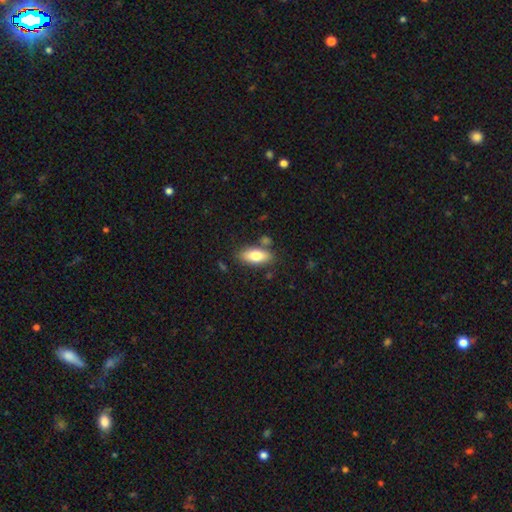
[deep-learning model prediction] smooth_or_featured: smooth (p=0.76) [alt: featured or disk p=0.18]
how_rounded: in between (p=0.83) [alt: cigar-shaped p=0.14]
merging: none (p=0.77) [alt: minor disturbance p=0.13]